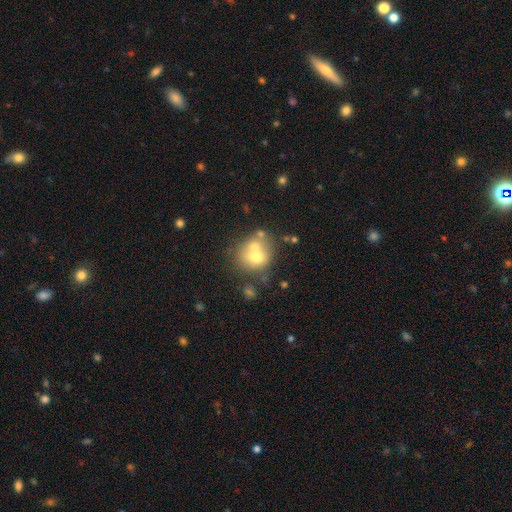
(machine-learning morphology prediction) This is likely a smooth galaxy (62%). How rounded: likely round (77%). Merging: marginally merger (42%).